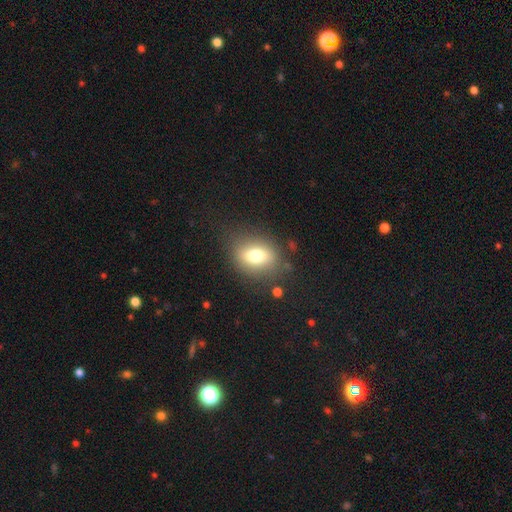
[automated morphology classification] smooth 70%, featured or disk 19%, star or artifact 10%. Down the decision tree: how rounded — in between (59%); merging — none (78%).